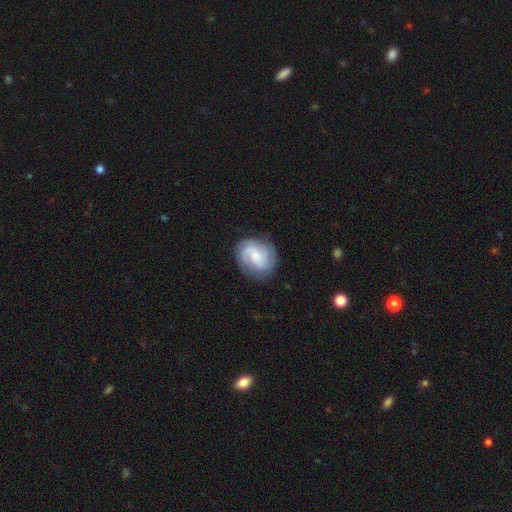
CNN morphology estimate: Smooth or featured? Predicted: featured or disk (p=0.71). Edge-on disk? Predicted: no (p=0.98). Bar? Predicted: no (p=0.58). Spiral arms? Predicted: yes (p=0.95). Spiral winding? Predicted: medium (p=0.44). Spiral arm count? Predicted: 2 (p=0.45). Bulge size? Predicted: small (p=0.54). Merging? Predicted: none (p=0.78).